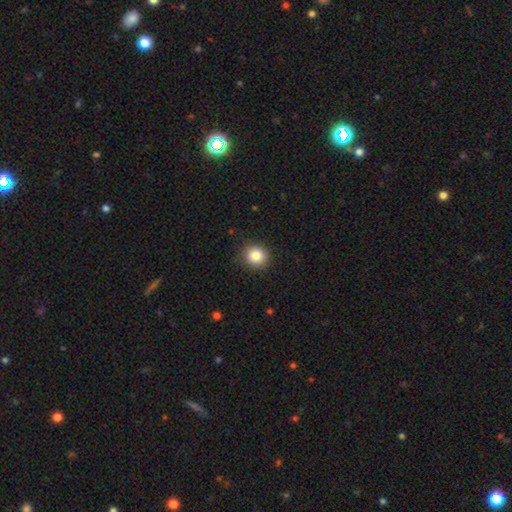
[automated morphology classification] A smooth galaxy with no disk features (86%) that is round (89%).

Vote fractions:
- Smooth or featured? smooth: 86% / star or artifact: 10% / featured or disk: 5%
- How rounded? round: 89% / in between: 10% / cigar-shaped: 1%
- Merging? none: 89% / minor disturbance: 8% / major disturbance: 2% / merger: 1%